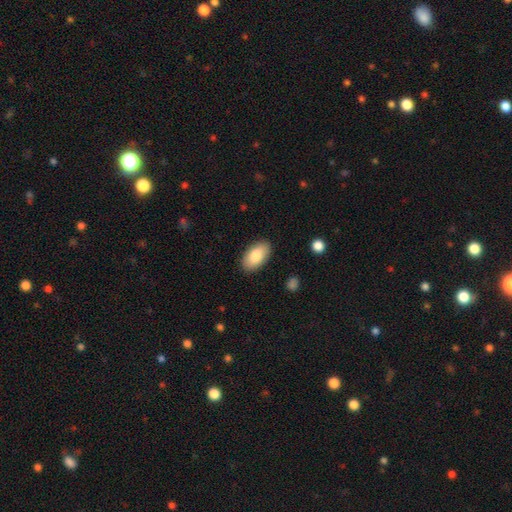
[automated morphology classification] This appears to be a smooth galaxy with no disk features (84%) that is in between round and cigar-shaped (95%). Merging: none (88%).